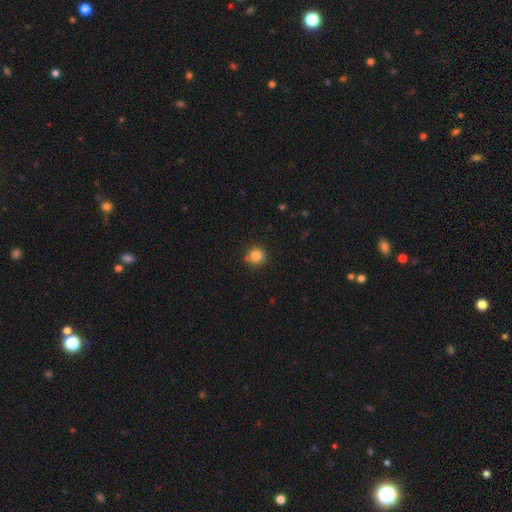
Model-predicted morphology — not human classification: smooth_or_featured: smooth (p=0.84) [alt: star or artifact p=0.11]
how_rounded: round (p=0.92) [alt: in between p=0.07]
merging: none (p=0.84) [alt: minor disturbance p=0.11]